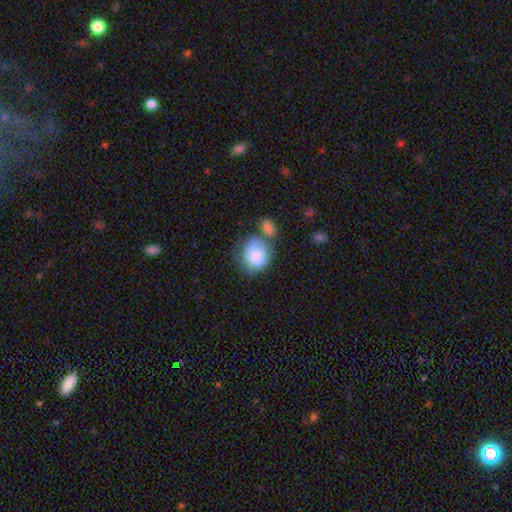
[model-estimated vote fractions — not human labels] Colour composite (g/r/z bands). It shows a smooth galaxy with no disk features (79%) that is round (72%). Merging: none (41%).